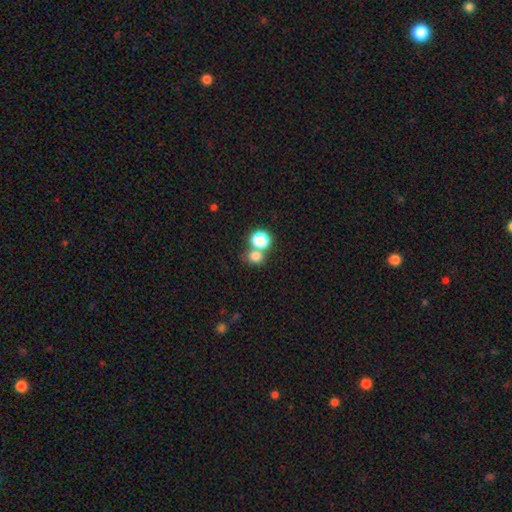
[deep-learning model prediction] This is likely a smooth galaxy (77%). How rounded: likely round (74%). Merging: possibly none (50%).